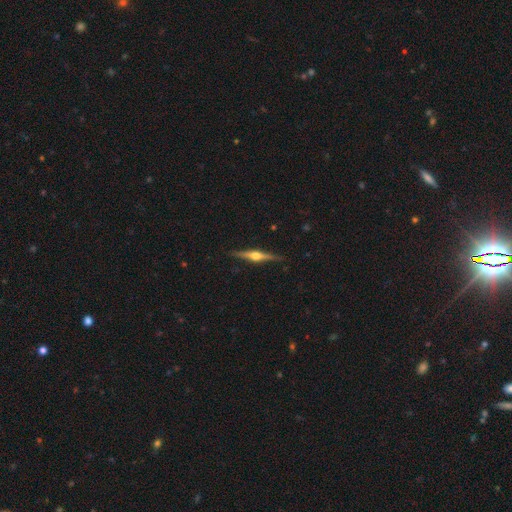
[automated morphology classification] Smooth or featured? featured or disk (80%)
Edge-on disk? yes (98%)
Edge-on bulge? rounded (95%)
Merging? none (89%)